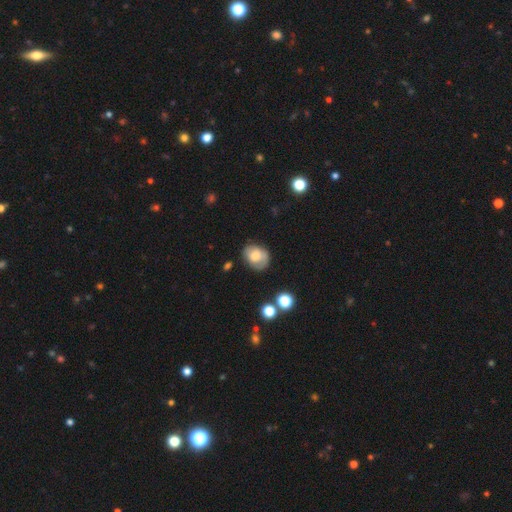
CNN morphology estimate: Q: Smooth or featured?
A: smooth (66%); runner-up: featured or disk (25%)
Q: How rounded?
A: in between (55%); runner-up: round (44%)
Q: Merging?
A: none (67%); runner-up: minor disturbance (23%)